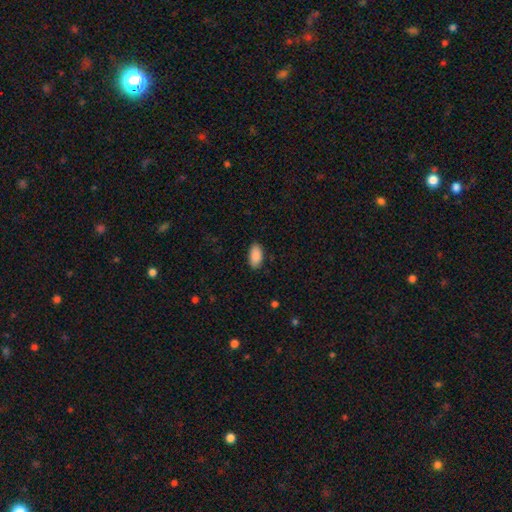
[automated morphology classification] Smooth or featured: smooth — 90% (star or artifact — 7%)
How rounded: in between — 94% (cigar-shaped — 3%)
Merging: none — 86% (minor disturbance — 11%)